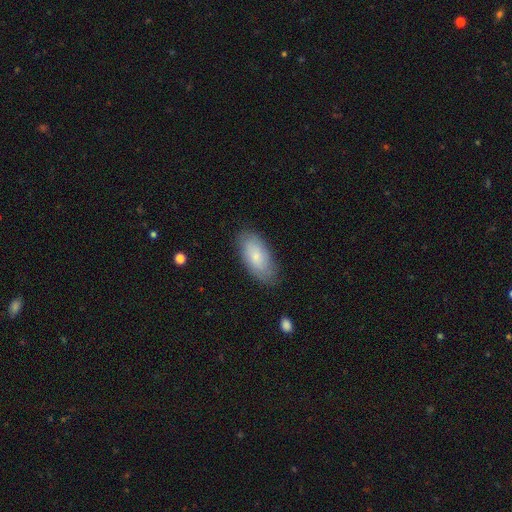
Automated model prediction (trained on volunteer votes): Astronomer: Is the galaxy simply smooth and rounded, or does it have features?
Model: smooth — 67%.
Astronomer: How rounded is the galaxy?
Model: in between — 90%.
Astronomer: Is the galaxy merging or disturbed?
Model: none — 80%.